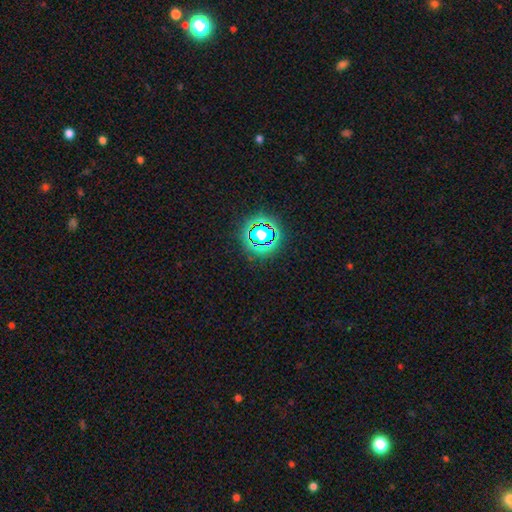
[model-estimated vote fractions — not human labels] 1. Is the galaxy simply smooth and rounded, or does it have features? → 77% star or artifact, 16% smooth, 7% featured or disk.